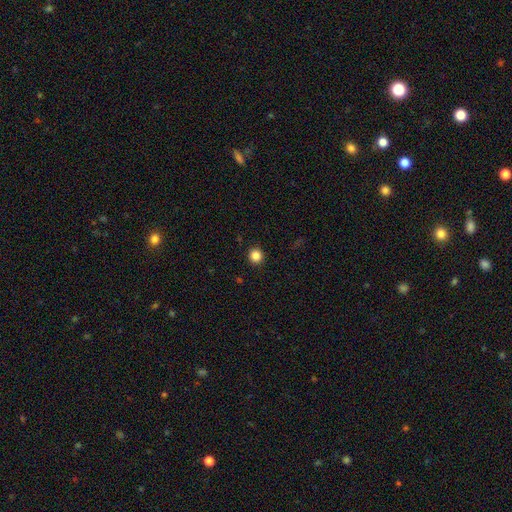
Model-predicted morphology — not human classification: This is clearly a smooth galaxy (85%). How rounded: clearly round (93%). Merging: clearly none (93%).